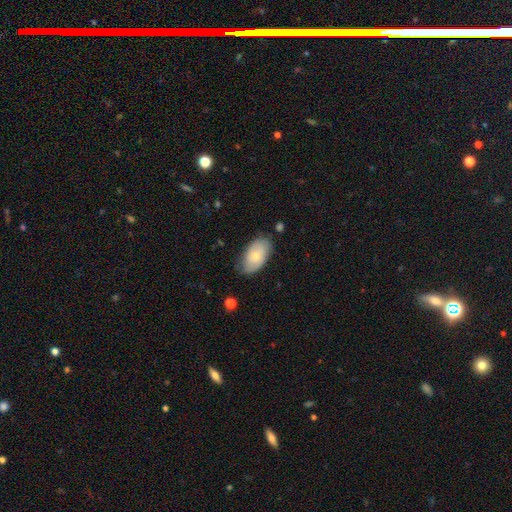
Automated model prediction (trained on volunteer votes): smooth-or-featured: smooth: 67% | featured or disk: 27% | star or artifact: 6%
  how-rounded: in between: 94% | round: 5% | cigar-shaped: 2%
  merging: none: 74% | minor disturbance: 20% | major disturbance: 4% | merger: 2%